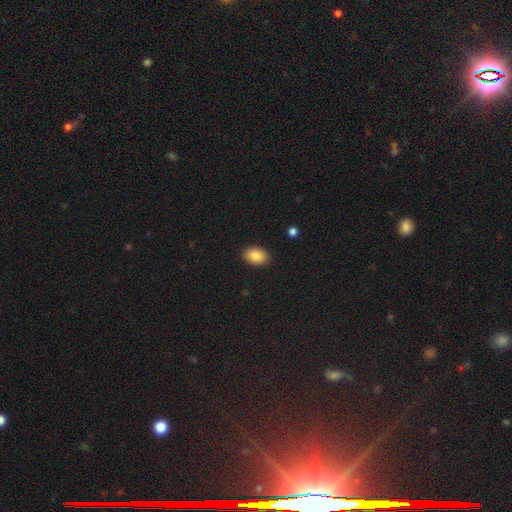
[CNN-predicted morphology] Smooth or featured? smooth (87%)
How rounded? in between (81%)
Merging? none (90%)